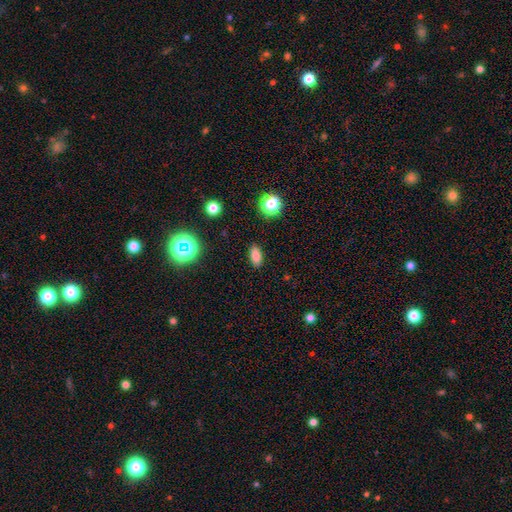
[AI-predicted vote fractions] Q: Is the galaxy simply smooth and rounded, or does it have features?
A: smooth — 80%.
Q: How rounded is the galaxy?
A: in between — 87%.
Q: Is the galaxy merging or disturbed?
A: none — 88%.